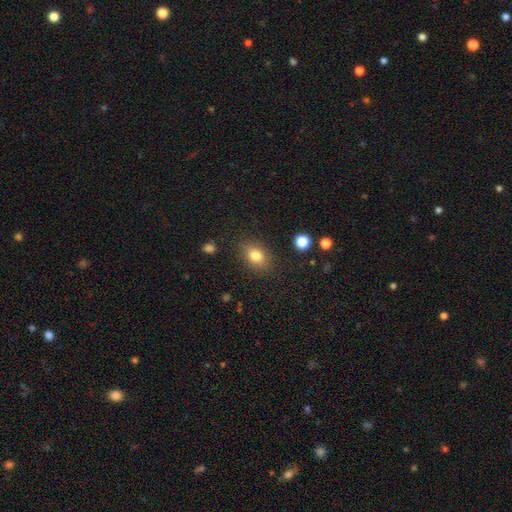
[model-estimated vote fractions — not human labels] Overall: smooth (81%). How rounded: in between (66%; round 32%). Merging: none (84%).